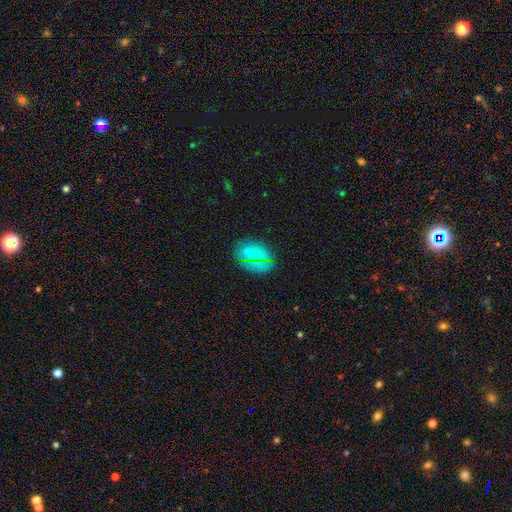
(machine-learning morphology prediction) Overall: smooth (60%; star or artifact 23%). How rounded: in between (64%; round 33%). Merging: none (77%).